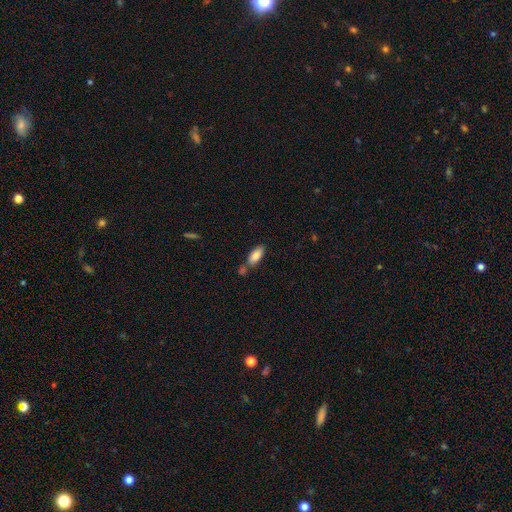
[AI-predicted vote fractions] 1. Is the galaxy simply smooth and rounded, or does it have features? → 83% smooth, 10% featured or disk, 7% star or artifact.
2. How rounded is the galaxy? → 85% in between, 13% cigar-shaped, 2% round.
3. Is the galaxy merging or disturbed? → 61% none, 22% merger, 14% minor disturbance, 3% major disturbance.